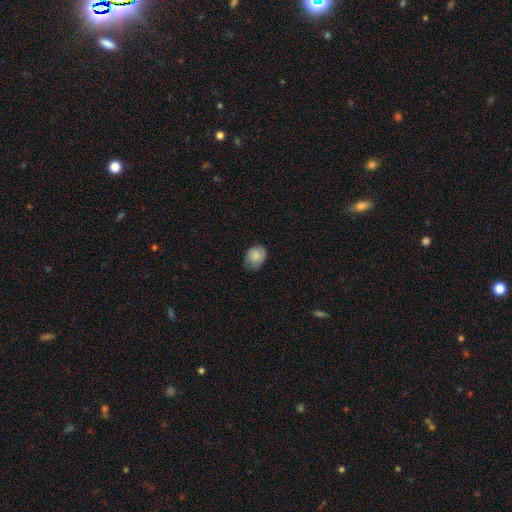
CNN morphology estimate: This appears to be a smooth galaxy with no disk features (80%) that is round (54%). Merging: none (68%).